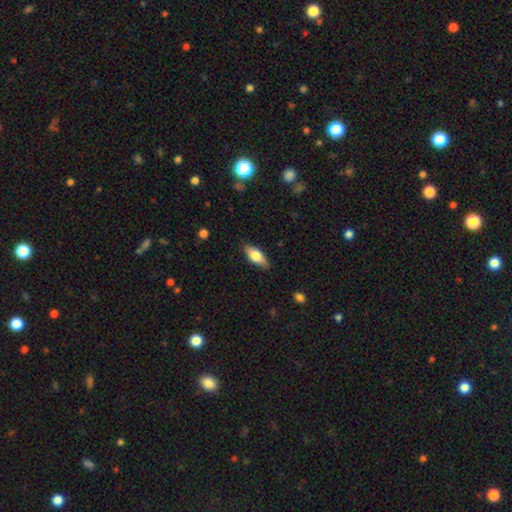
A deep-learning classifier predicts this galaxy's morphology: Overall: smooth (73%). How rounded: in between (81%). Merging: none (85%).